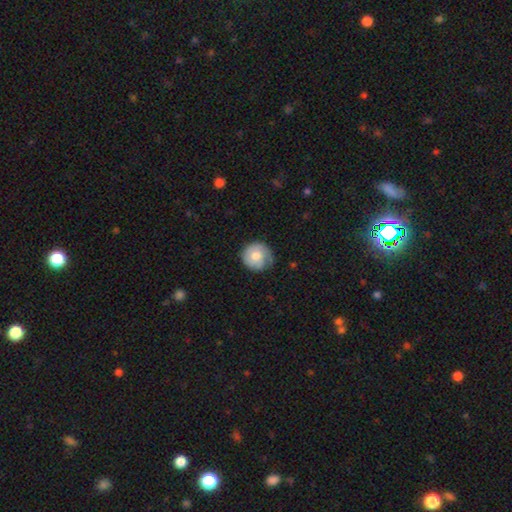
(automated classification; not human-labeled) This is possibly a smooth galaxy (58%). How rounded: clearly round (90%). Merging: likely none (68%).